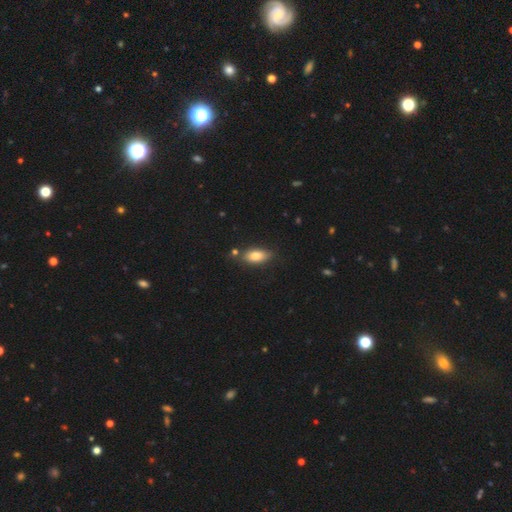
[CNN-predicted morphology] This is clearly a smooth galaxy (81%). How rounded: clearly in between (86%). Merging: likely none (74%).